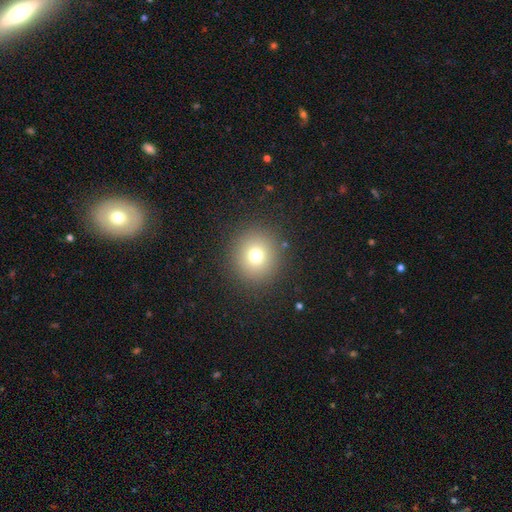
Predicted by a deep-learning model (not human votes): This is likely a smooth galaxy (74%). How rounded: clearly round (91%). Merging: clearly none (89%).